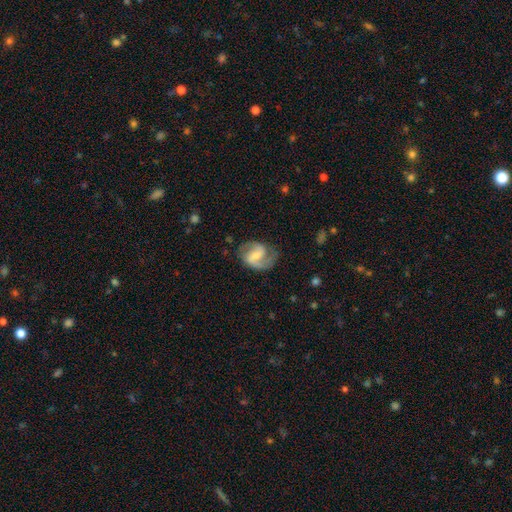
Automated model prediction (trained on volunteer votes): This appears to be a featured or disk galaxy (84%) with a weak bar (51%), 2 (90%) medium (55%) spiral arms (96%) and a small central bulge (44%). Merging: none (74%).